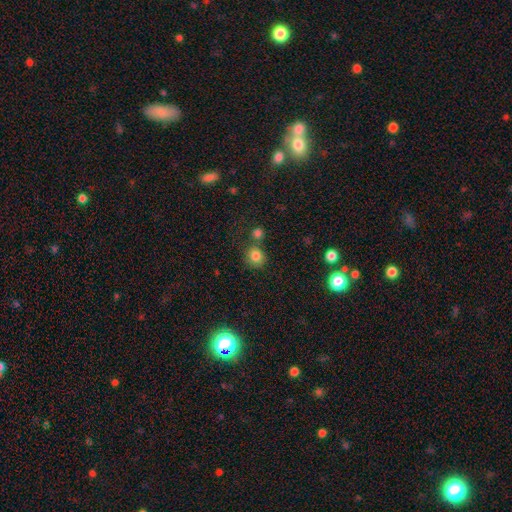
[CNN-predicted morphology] type=smooth (81%); roundness=round (84%); merging=none (68%).